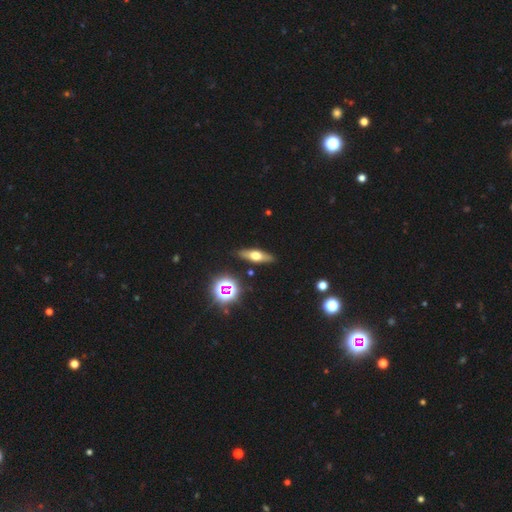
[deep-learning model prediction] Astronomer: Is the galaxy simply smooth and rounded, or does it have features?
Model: smooth — 45% (runner-up: featured or disk, 42%).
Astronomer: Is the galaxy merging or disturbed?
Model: none — 88%.